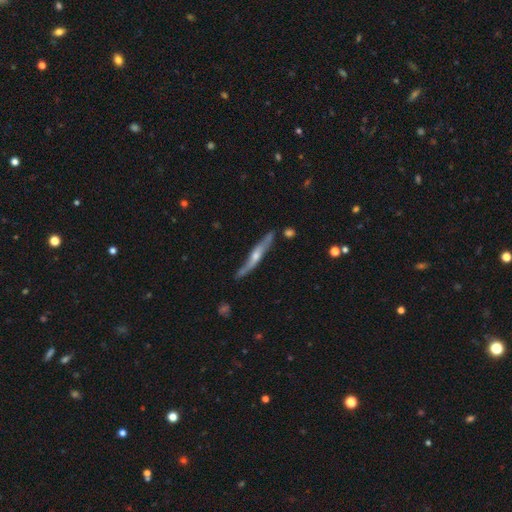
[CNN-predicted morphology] Smooth or featured? Predicted: featured or disk (p=0.74). Edge-on disk? Predicted: yes (p=0.92). Edge-on bulge? Predicted: rounded (p=0.80). Merging? Predicted: none (p=0.79).